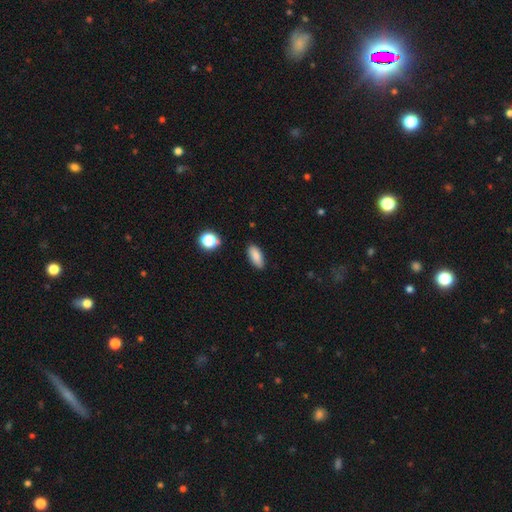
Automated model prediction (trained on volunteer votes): Morphology: type=smooth (87%); roundness=in between (85%); merging=none (86%).